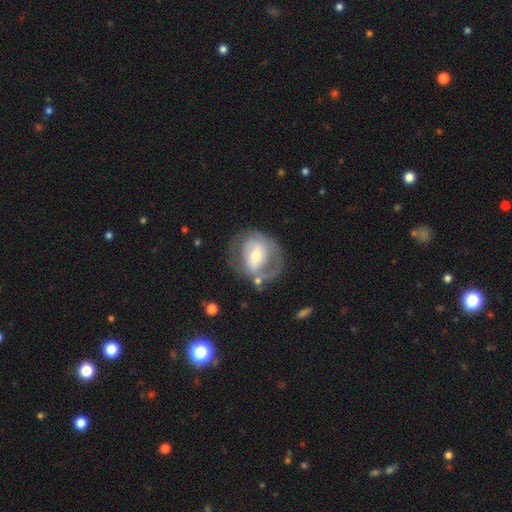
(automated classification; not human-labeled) The model was most divided on "bar": weak: 39%, no: 36%, strong: 25%. More confident: edge-on disk — no (96%); smooth or featured — featured or disk (65%); bulge size — moderate (58%); spiral arms — yes (56%); merging — none (55%).